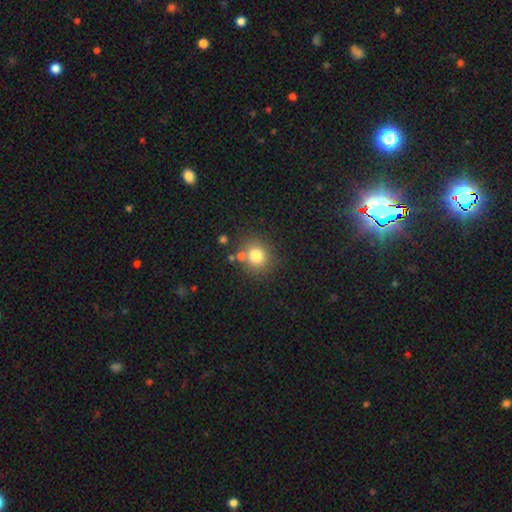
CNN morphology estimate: Overall: smooth (78%). How rounded: round (85%). Merging: none (75%).